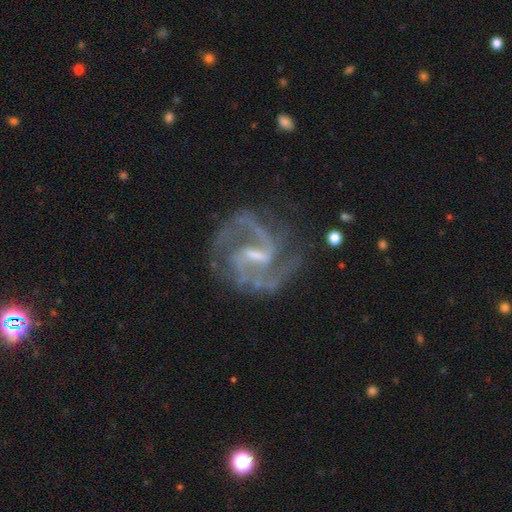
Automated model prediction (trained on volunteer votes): featured or disk 92%, star or artifact 5%, smooth 3%. Down the decision tree: edge-on disk — no (98%); bar — weak (56%); spiral arms — yes (98%); spiral arm count — 2 (81%); spiral winding — medium (63%); bulge size — small (53%); merging — none (71%).